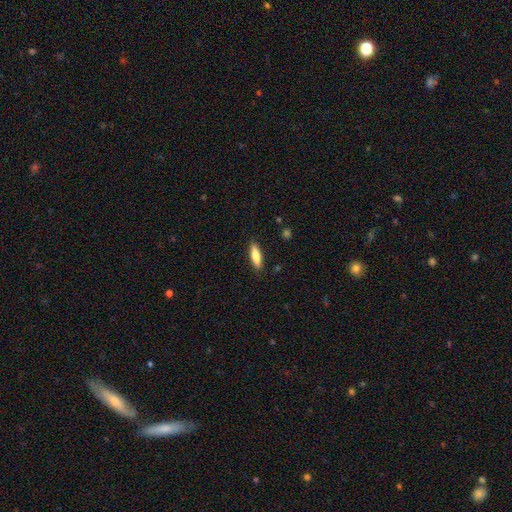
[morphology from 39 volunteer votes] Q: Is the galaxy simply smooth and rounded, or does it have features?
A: smooth — 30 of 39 (77%).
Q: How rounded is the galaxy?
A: cigar-shaped — 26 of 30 (87%).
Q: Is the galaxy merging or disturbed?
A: none — 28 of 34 (82%).